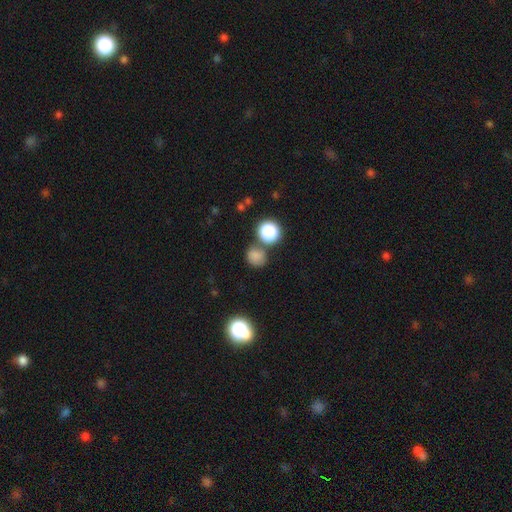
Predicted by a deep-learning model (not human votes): smooth-or-featured: smooth: 75% | star or artifact: 19% | featured or disk: 6%
  how-rounded: round: 78% | in between: 21% | cigar-shaped: 1%
  merging: none: 67% | merger: 16% | minor disturbance: 12% | major disturbance: 4%